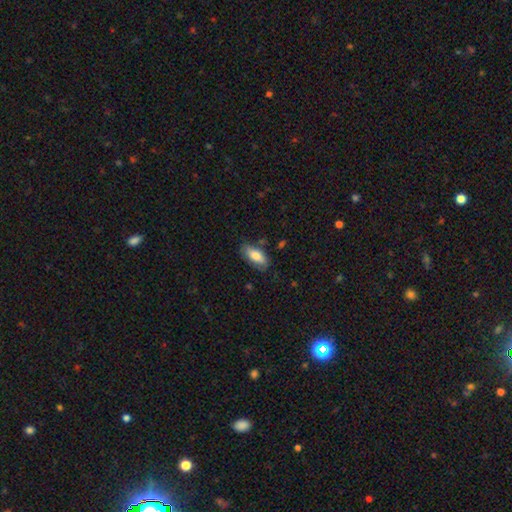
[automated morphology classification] smooth-or-featured: smooth: 78% | featured or disk: 16% | star or artifact: 6%
  how-rounded: in between: 83% | cigar-shaped: 14% | round: 3%
  merging: none: 76% | minor disturbance: 18% | major disturbance: 4% | merger: 3%